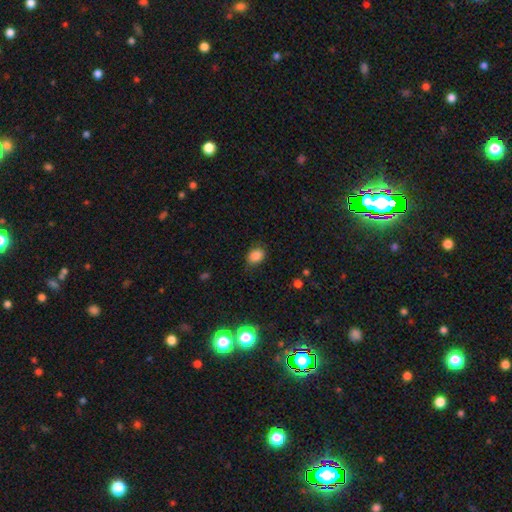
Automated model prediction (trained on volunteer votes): Smooth or featured: smooth — 85% (star or artifact — 11%)
How rounded: in between — 68% (round — 31%)
Merging: none — 79% (minor disturbance — 16%)